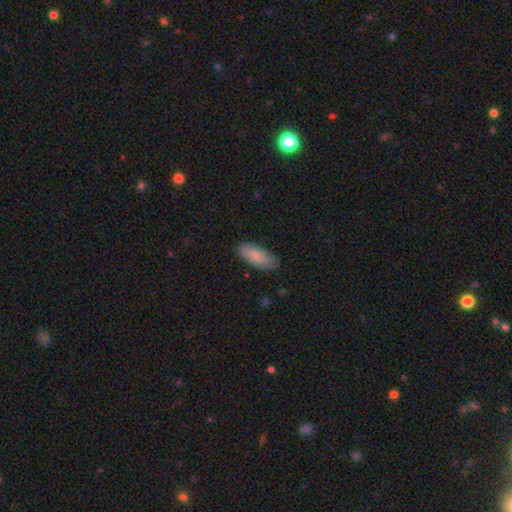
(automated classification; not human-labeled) Smooth or featured: smooth — 83% (featured or disk — 11%)
How rounded: in between — 83% (cigar-shaped — 16%)
Merging: none — 84% (minor disturbance — 12%)